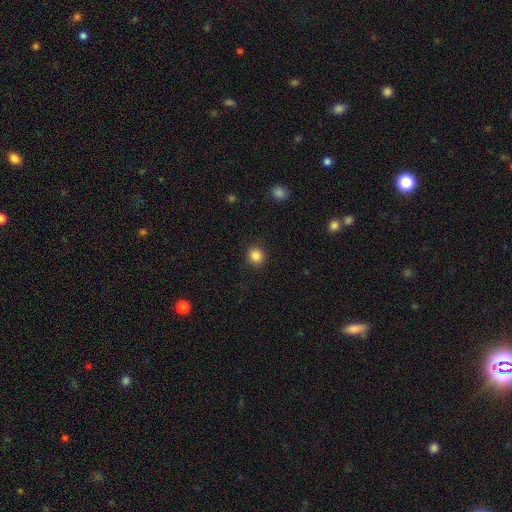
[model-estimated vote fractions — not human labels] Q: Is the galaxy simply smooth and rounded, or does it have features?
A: smooth — 86%.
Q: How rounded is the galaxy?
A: round — 91%.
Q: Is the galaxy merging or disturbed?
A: none — 91%.